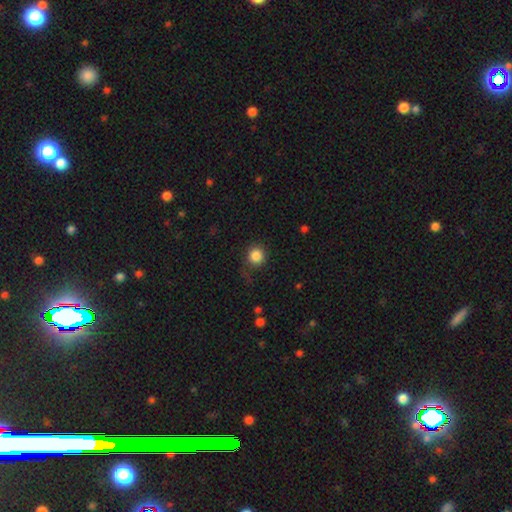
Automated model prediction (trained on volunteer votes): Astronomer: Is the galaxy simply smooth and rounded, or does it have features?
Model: smooth — 85%.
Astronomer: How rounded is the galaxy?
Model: round — 91%.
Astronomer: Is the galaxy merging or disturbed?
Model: none — 77%.